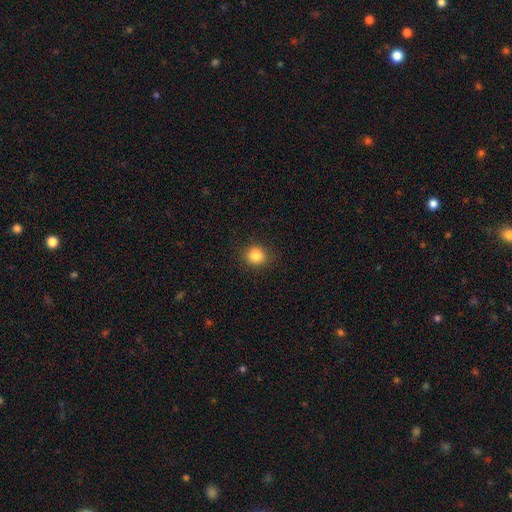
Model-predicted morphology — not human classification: Smooth or featured? Predicted: smooth (p=0.85). How rounded? Predicted: round (p=0.86). Merging? Predicted: none (p=0.89).